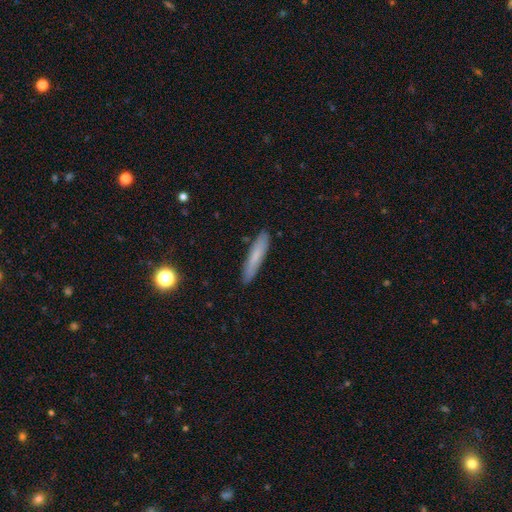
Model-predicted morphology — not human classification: Smooth or featured: smooth — 74% (featured or disk — 19%)
How rounded: cigar-shaped — 90% (in between — 9%)
Merging: none — 88% (minor disturbance — 9%)